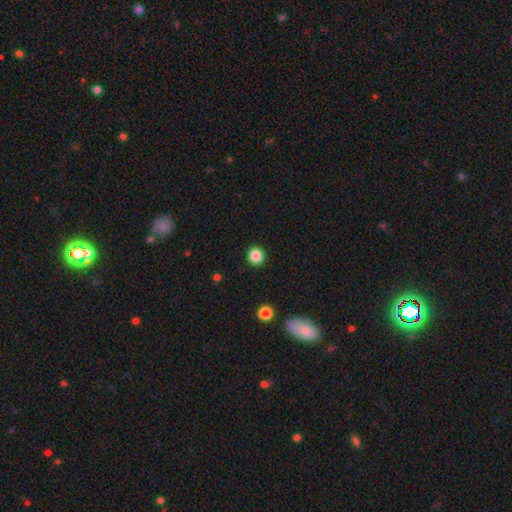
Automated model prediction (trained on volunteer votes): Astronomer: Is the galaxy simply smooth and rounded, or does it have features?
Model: smooth — 86%.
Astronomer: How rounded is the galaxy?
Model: round — 94%.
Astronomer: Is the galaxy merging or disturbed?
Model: none — 93%.